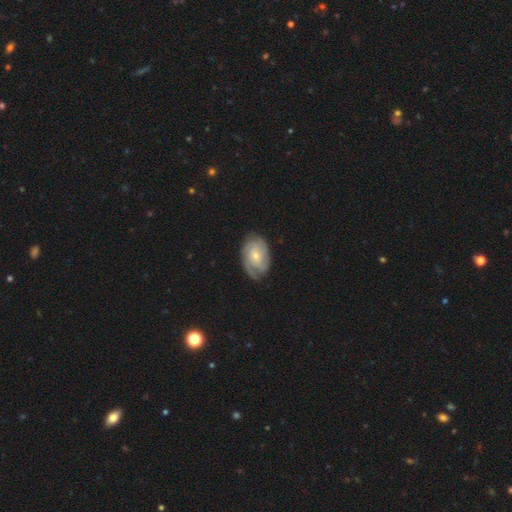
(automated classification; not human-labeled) A featured or disk galaxy (76%) with no bar (70%), tight (67%) spiral arms (93%) and a small central bulge (57%).

Vote fractions:
- Smooth or featured? featured or disk: 76% / smooth: 19% / star or artifact: 5%
- Edge-on disk? no: 96% / yes: 4%
- Bar? no: 70% / weak: 26% / strong: 4%
- Spiral arms? yes: 93% / no: 7%
- Spiral winding? tight: 67% / medium: 27% / loose: 7%
- Spiral arm count? can't tell: 33% / 2: 28% / 3: 21% / 4: 8% / 1: 6% / more than 4: 4%
- Bulge size? small: 57% / moderate: 40% / large: 2% / none: 1% / dominant: 1%
- Merging? none: 74% / minor disturbance: 19% / major disturbance: 6% / merger: 1%